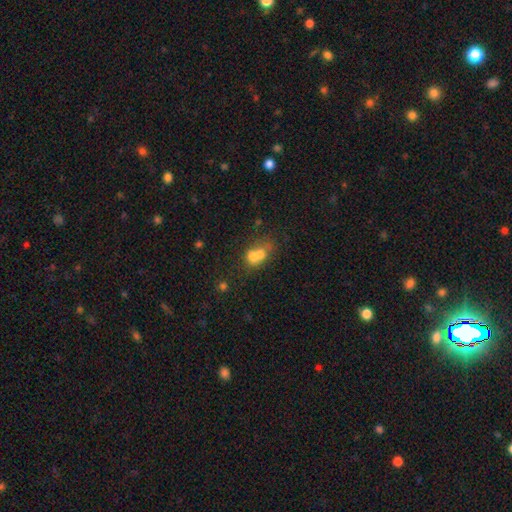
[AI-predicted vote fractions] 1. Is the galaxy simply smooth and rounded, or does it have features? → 63% smooth, 23% featured or disk, 13% star or artifact.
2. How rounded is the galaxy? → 62% round, 37% in between, 1% cigar-shaped.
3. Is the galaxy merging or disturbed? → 67% merger, 22% none, 7% minor disturbance, 5% major disturbance.